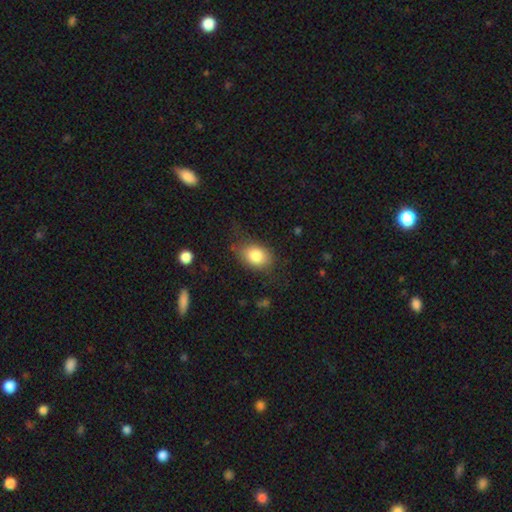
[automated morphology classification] Smooth or featured? smooth (82%)
How rounded? in between (78%)
Merging? none (68%)